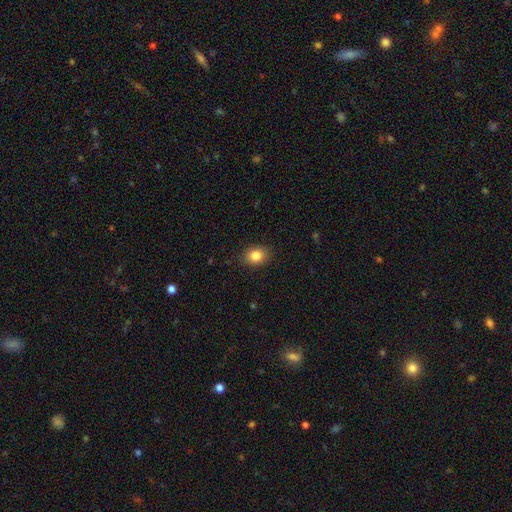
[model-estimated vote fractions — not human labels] This is clearly a smooth galaxy (85%). How rounded: possibly in between (58%). Merging: clearly none (87%).